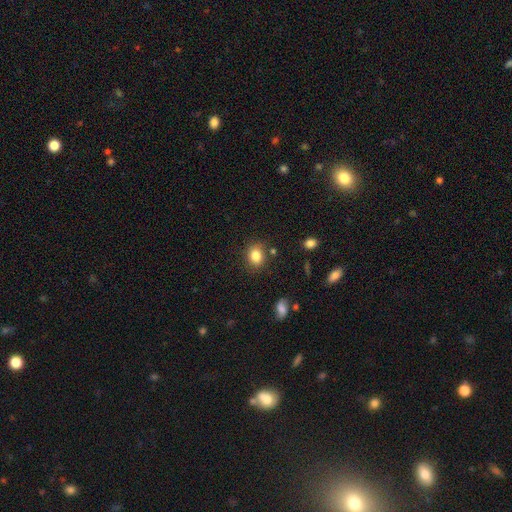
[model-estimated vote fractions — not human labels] Q: Smooth or featured?
A: smooth (84%); runner-up: star or artifact (10%)
Q: How rounded?
A: round (56%); runner-up: in between (43%)
Q: Merging?
A: none (81%); runner-up: minor disturbance (13%)